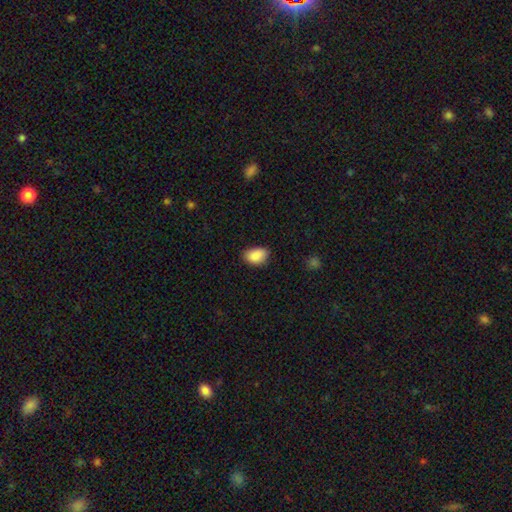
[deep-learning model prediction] Morphology: type=smooth (89%); roundness=in between (85%); merging=none (76%).